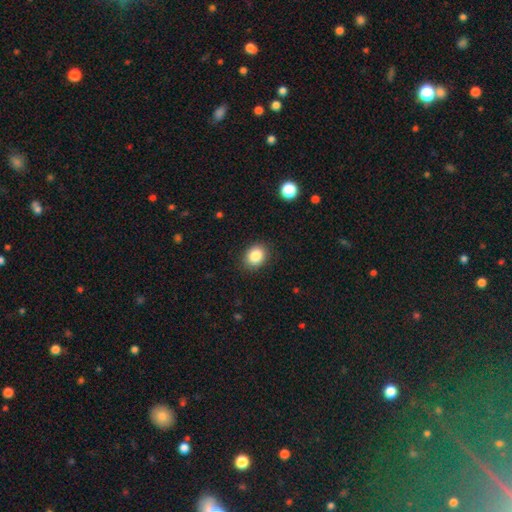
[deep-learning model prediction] Smooth or featured?
  - smooth: 86% *
  - star or artifact: 9%
  - featured or disk: 5%
How rounded?
  - round: 51% *
  - in between: 48%
  - cigar-shaped: 1%
Merging?
  - none: 88% *
  - minor disturbance: 8%
  - major disturbance: 2%
  - merger: 1%